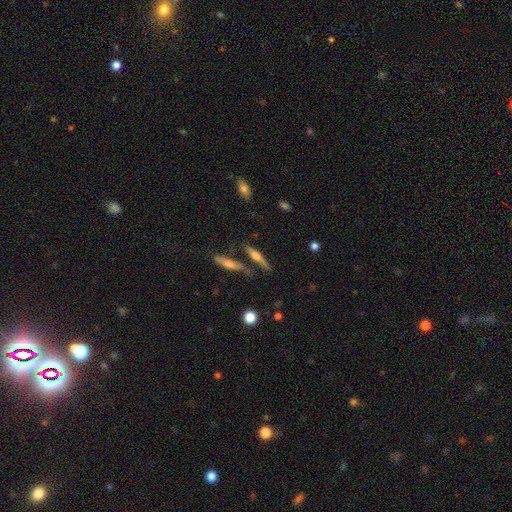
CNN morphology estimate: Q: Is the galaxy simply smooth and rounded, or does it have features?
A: featured or disk — 60%.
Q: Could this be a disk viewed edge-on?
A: yes — 94%.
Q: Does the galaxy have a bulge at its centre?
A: rounded — 85%.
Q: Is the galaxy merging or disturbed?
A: none — 68%.